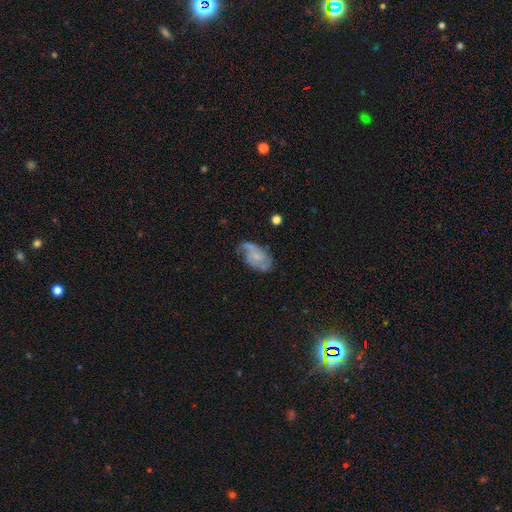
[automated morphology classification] Smooth or featured?
  - featured or disk: 64% *
  - smooth: 29%
  - star or artifact: 7%
Edge-on disk?
  - no: 96% *
  - yes: 4%
Bar?
  - no: 63% *
  - weak: 32%
  - strong: 5%
Spiral arms?
  - yes: 87% *
  - no: 13%
Spiral winding?
  - medium: 44% *
  - loose: 30%
  - tight: 27%
Spiral arm count?
  - 2: 56% *
  - can't tell: 21%
  - 1: 12%
  - 3: 7%
  - 4: 2%
  - more than 4: 2%
Bulge size?
  - small: 58% *
  - none: 22%
  - moderate: 17%
  - large: 2%
  - dominant: 1%
Merging?
  - none: 54% *
  - minor disturbance: 28%
  - major disturbance: 16%
  - merger: 2%